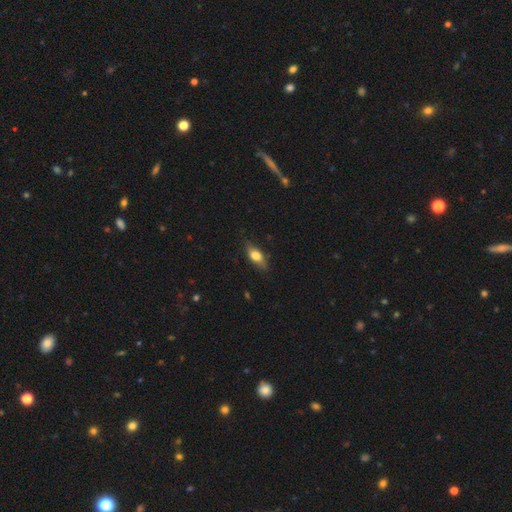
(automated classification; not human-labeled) A smooth galaxy with no disk features (66%) that is in between round and cigar-shaped (74%).

Vote fractions:
- Smooth or featured? smooth: 66% / featured or disk: 27% / star or artifact: 7%
- How rounded? in between: 74% / cigar-shaped: 20% / round: 5%
- Merging? none: 79% / minor disturbance: 16% / major disturbance: 3% / merger: 1%